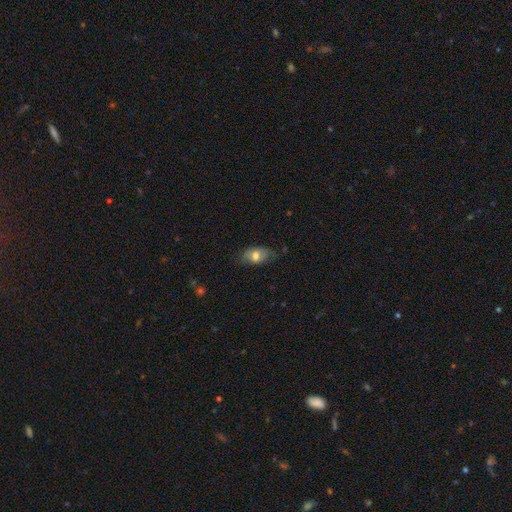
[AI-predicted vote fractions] Q: Smooth or featured?
A: smooth (66%); runner-up: featured or disk (26%)
Q: How rounded?
A: in between (88%); runner-up: round (9%)
Q: Merging?
A: none (68%); runner-up: minor disturbance (25%)